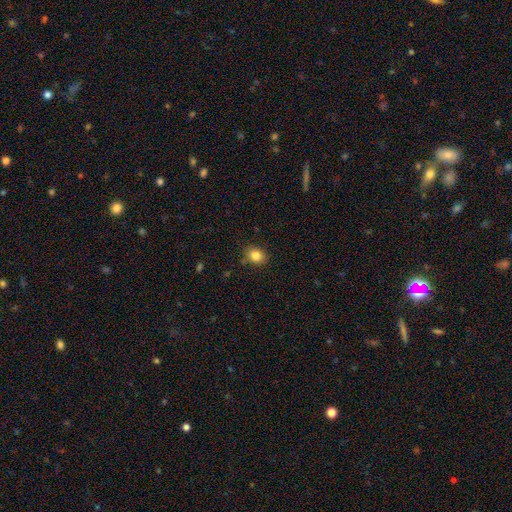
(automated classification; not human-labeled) smooth-or-featured: smooth: 84% | star or artifact: 10% | featured or disk: 6%
  how-rounded: round: 61% | in between: 38% | cigar-shaped: 1%
  merging: none: 85% | minor disturbance: 11% | major disturbance: 2% | merger: 2%